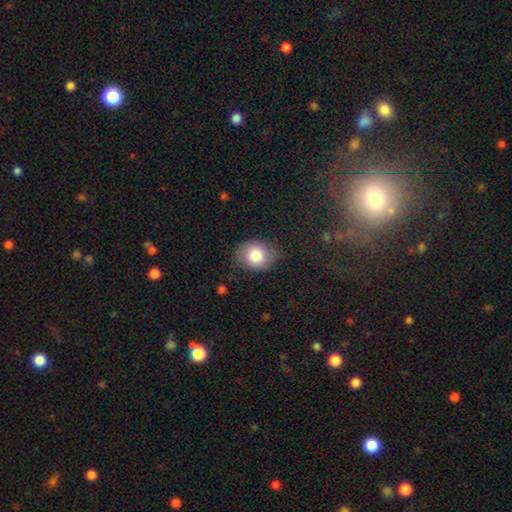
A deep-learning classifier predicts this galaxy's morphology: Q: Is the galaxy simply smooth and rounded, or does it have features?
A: smooth — 83%.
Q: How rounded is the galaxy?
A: round — 70%.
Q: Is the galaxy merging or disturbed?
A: none — 64%.